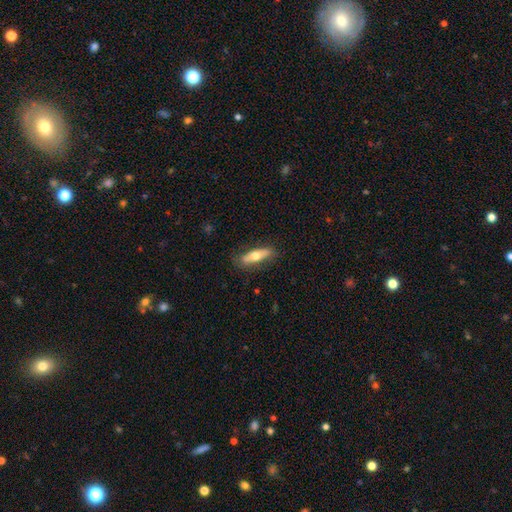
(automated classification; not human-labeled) Q: Smooth or featured?
A: smooth (58%); runner-up: featured or disk (36%)
Q: How rounded?
A: cigar-shaped (51%); runner-up: in between (47%)
Q: Merging?
A: none (79%); runner-up: minor disturbance (16%)